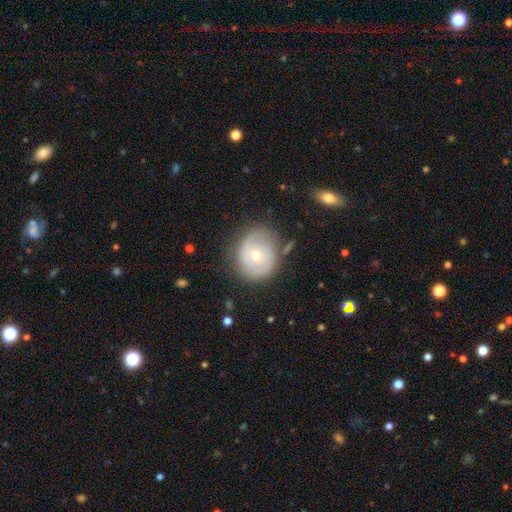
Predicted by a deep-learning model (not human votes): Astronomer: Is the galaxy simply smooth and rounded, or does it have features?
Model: featured or disk — 60%.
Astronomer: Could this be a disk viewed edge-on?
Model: no — 97%.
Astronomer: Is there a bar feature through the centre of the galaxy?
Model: no — 61%.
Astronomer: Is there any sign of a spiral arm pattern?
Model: yes — 79%.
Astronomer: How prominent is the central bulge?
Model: small — 53% (runner-up: moderate, 43%).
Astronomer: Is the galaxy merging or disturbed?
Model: none — 71%.